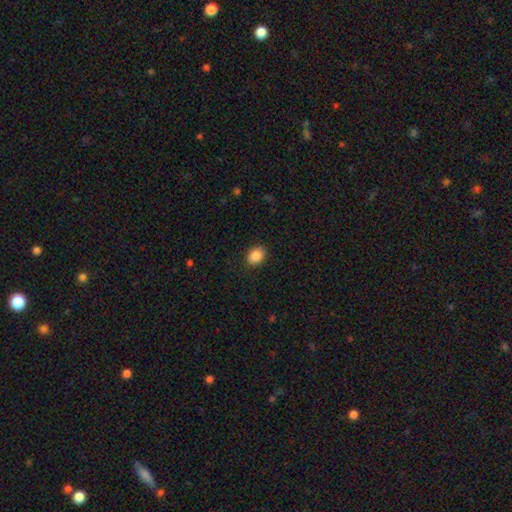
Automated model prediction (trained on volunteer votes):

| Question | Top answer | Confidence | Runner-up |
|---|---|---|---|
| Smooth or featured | smooth | 88% | star or artifact (9%) |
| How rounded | in between | 56% | round (43%) |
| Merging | none | 88% | minor disturbance (9%) |